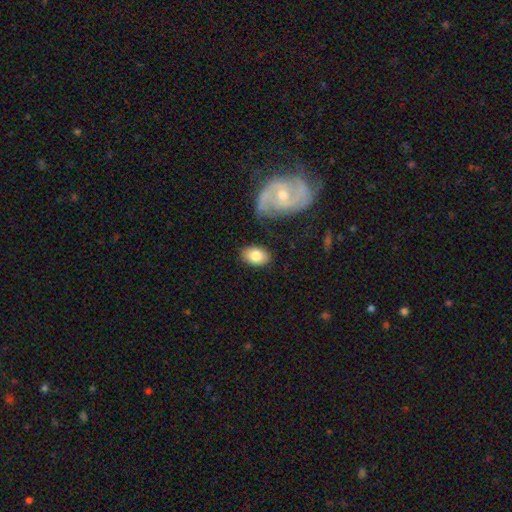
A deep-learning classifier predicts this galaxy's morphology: The model was most divided on "smooth or featured": smooth: 79%, featured or disk: 15%, star or artifact: 6%. More confident: how rounded — in between (87%); merging — none (81%).